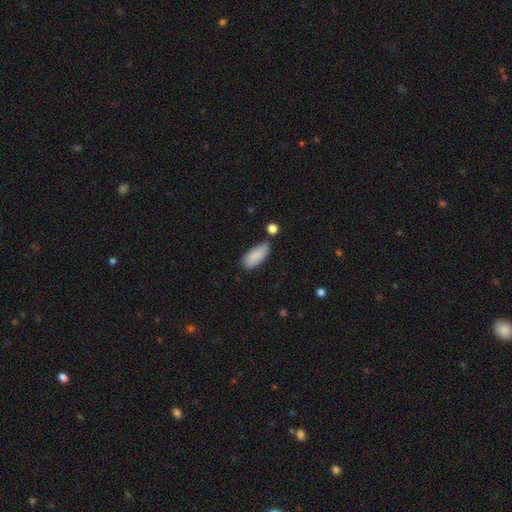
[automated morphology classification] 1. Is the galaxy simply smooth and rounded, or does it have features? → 86% smooth, 7% featured or disk, 6% star or artifact.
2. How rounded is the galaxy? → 83% in between, 15% cigar-shaped, 2% round.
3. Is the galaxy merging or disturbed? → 69% none, 21% minor disturbance, 6% merger, 4% major disturbance.